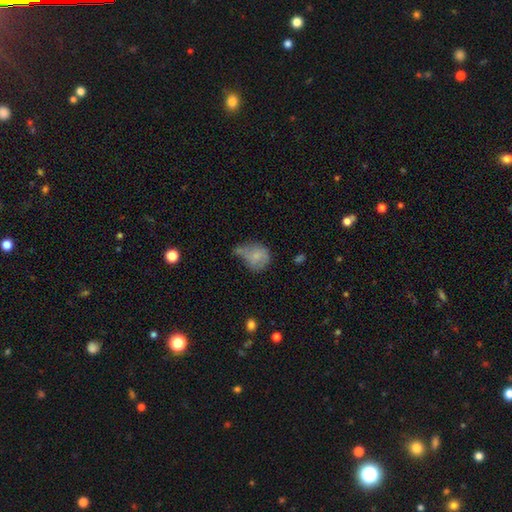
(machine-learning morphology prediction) smooth-or-featured: smooth: 67% | featured or disk: 22% | star or artifact: 11%
  how-rounded: round: 55% | in between: 44% | cigar-shaped: 1%
  merging: minor disturbance: 32% | none: 27% | major disturbance: 25% | merger: 17%